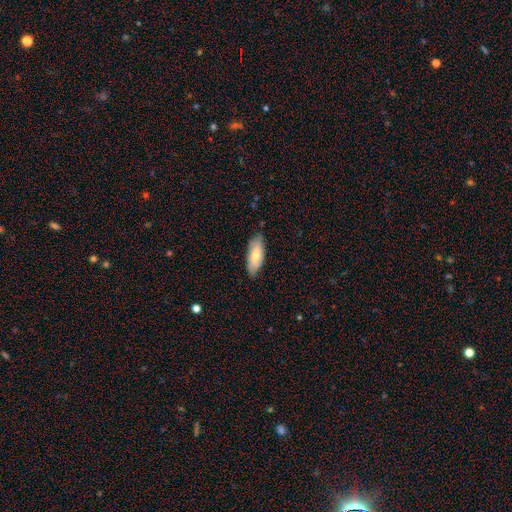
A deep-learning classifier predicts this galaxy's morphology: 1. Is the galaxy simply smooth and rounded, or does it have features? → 68% smooth, 26% featured or disk, 6% star or artifact.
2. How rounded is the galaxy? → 80% in between, 18% cigar-shaped, 2% round.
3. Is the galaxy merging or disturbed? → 79% none, 17% minor disturbance, 3% major disturbance, 1% merger.